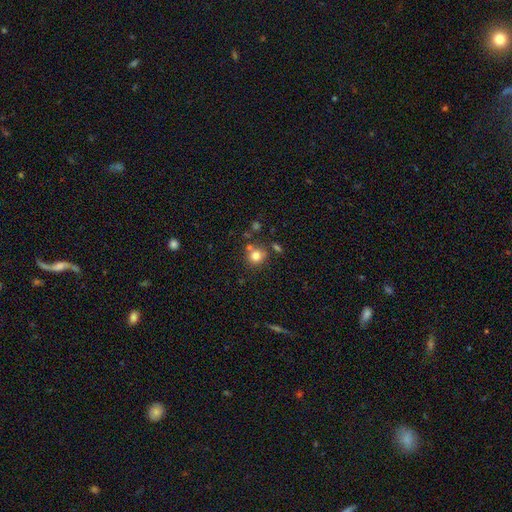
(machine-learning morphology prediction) The model was most divided on "merging": none: 69%, merger: 15%, minor disturbance: 12%, major disturbance: 4%. More confident: how rounded — round (86%); smooth or featured — smooth (78%).